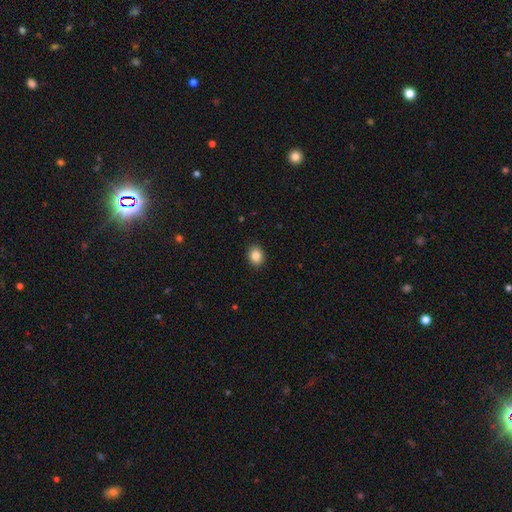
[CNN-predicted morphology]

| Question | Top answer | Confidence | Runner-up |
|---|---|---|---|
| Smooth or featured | smooth | 86% | star or artifact (9%) |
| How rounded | round | 52% | in between (47%) |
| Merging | none | 91% | minor disturbance (6%) |